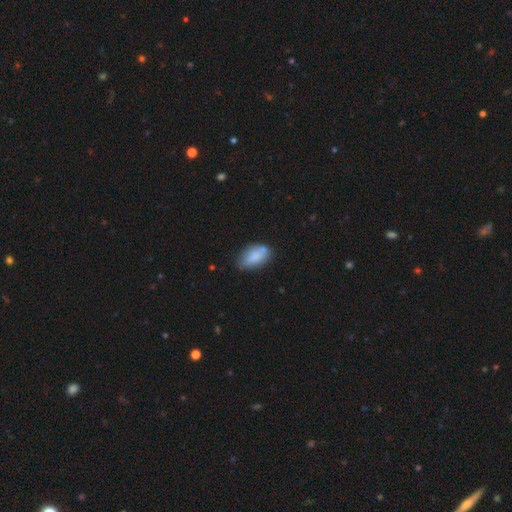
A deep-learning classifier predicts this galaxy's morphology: Q: Smooth or featured?
A: smooth (80%); runner-up: featured or disk (12%)
Q: How rounded?
A: in between (93%); runner-up: round (4%)
Q: Merging?
A: none (63%); runner-up: minor disturbance (23%)